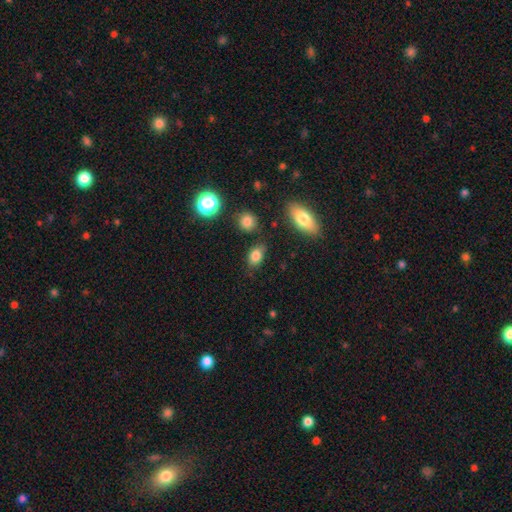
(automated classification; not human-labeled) Overall: smooth (82%). How rounded: in between (80%). Merging: none (77%).